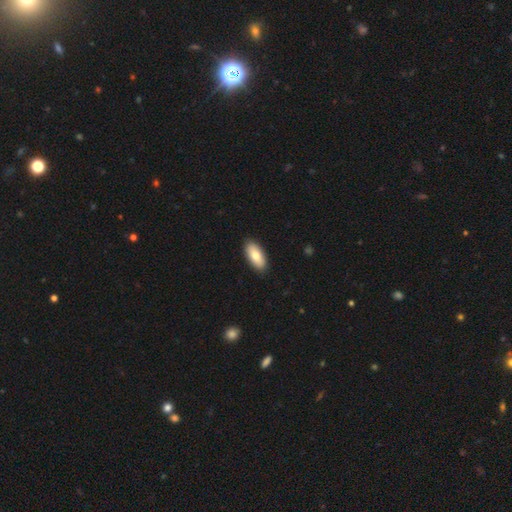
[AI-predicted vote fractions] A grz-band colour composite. It shows a smooth galaxy with no disk features (77%) that is in between round and cigar-shaped (89%). Merging: none (90%).